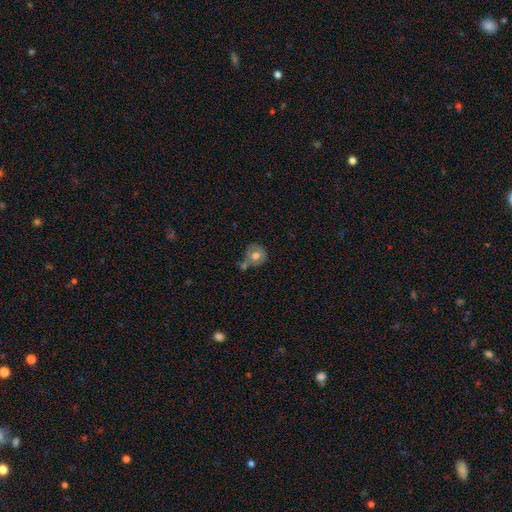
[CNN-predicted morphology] The model was most divided on "merging": none: 42%, merger: 26%, minor disturbance: 22%, major disturbance: 10%. More confident: how rounded — round (78%); smooth or featured — smooth (64%).